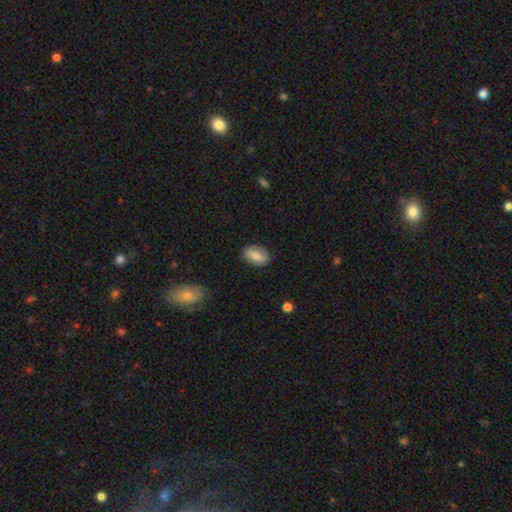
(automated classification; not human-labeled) This is likely a smooth galaxy (72%). How rounded: clearly in between (87%). Merging: clearly none (83%).